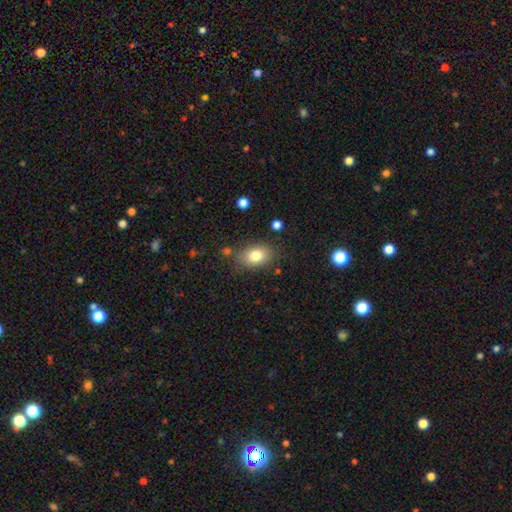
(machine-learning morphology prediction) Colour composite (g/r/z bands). It shows a smooth galaxy with no disk features (80%) that is in between round and cigar-shaped (79%). Merging: none (78%).